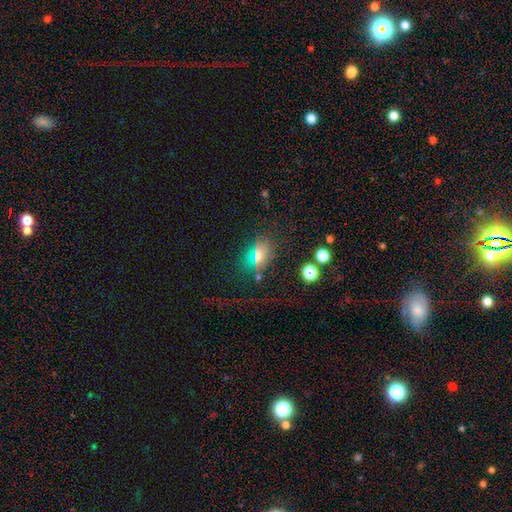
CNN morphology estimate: smooth-or-featured: smooth: 45% | star or artifact: 28% | featured or disk: 27%
  merging: none: 66% | minor disturbance: 16% | major disturbance: 12% | merger: 6%